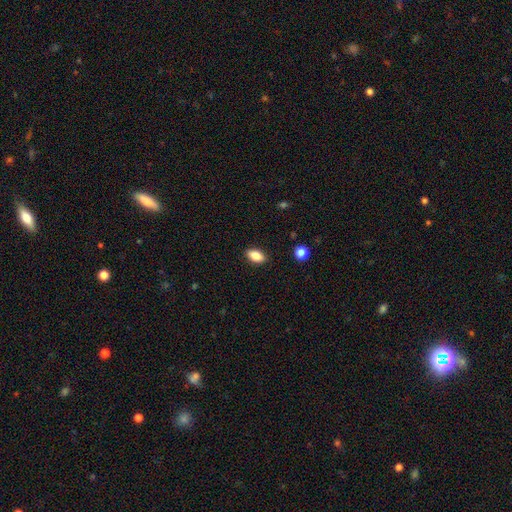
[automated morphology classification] Smooth or featured? Predicted: smooth (p=0.84). How rounded? Predicted: in between (p=0.89). Merging? Predicted: none (p=0.89).